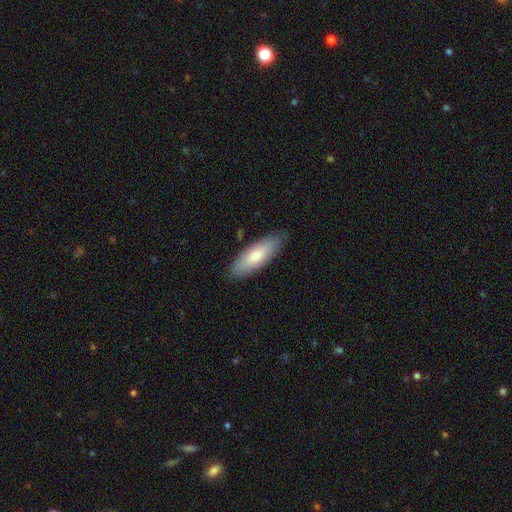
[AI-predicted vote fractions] smooth 74%, featured or disk 21%, star or artifact 6%. Down the decision tree: how rounded — in between (67%); merging — none (85%).